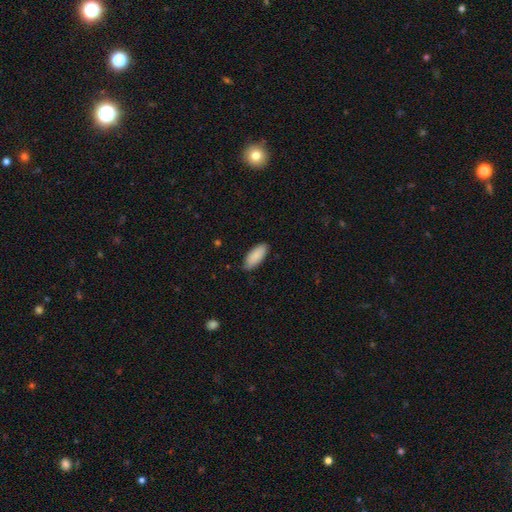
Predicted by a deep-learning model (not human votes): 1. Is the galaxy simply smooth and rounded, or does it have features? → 89% smooth, 6% star or artifact, 5% featured or disk.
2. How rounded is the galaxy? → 83% in between, 15% cigar-shaped, 2% round.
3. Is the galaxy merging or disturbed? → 83% none, 14% minor disturbance, 2% major disturbance, 1% merger.